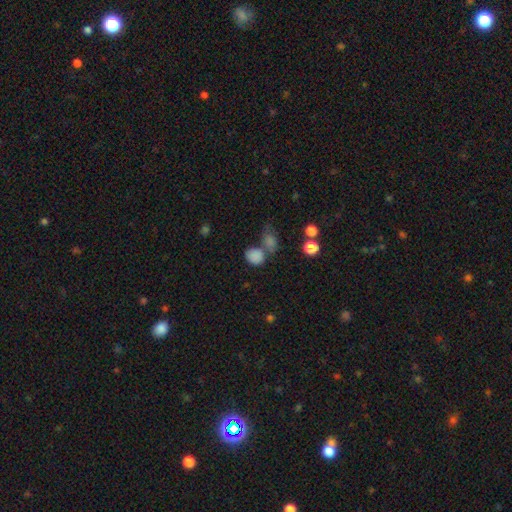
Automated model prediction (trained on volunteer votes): The model was most divided on "how rounded": round: 54%, in between: 45%, cigar-shaped: 2%. Remaining: smooth or featured — smooth (82%); merging — none (49%).